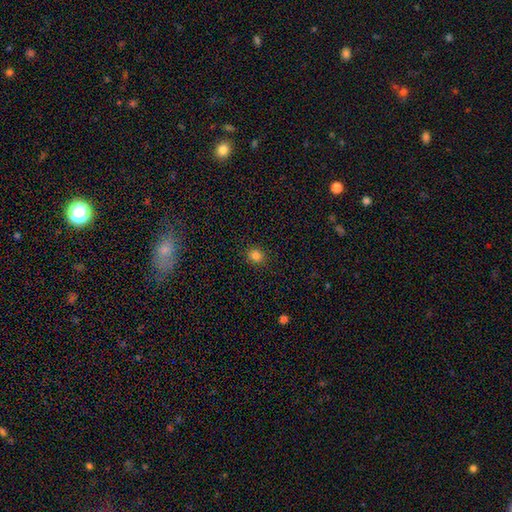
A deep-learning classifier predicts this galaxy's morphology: smooth-or-featured: smooth: 83% | star or artifact: 13% | featured or disk: 4%
  how-rounded: round: 83% | in between: 16% | cigar-shaped: 1%
  merging: none: 90% | minor disturbance: 7% | major disturbance: 2% | merger: 1%